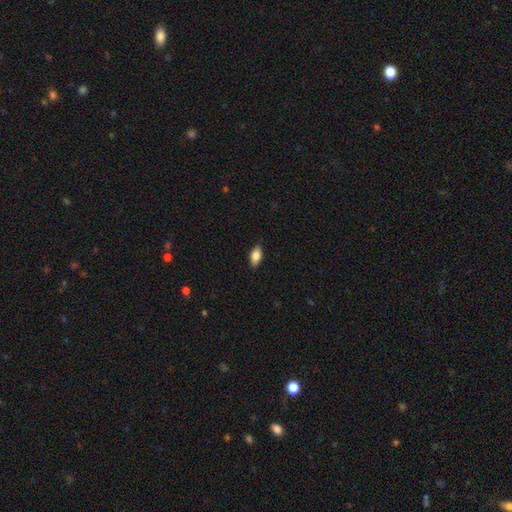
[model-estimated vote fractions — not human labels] Smooth or featured?
  - smooth: 81% *
  - featured or disk: 12%
  - star or artifact: 7%
How rounded?
  - in between: 88% *
  - cigar-shaped: 8%
  - round: 3%
Merging?
  - none: 86% *
  - minor disturbance: 11%
  - major disturbance: 2%
  - merger: 1%